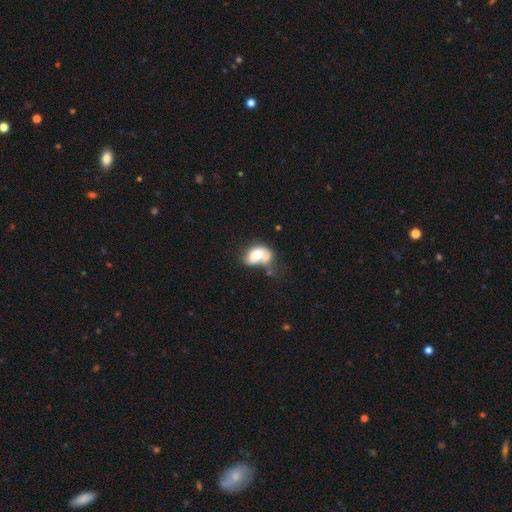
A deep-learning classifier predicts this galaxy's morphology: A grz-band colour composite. It shows a smooth galaxy with no disk features (67%) that is in between round and cigar-shaped (88%). Merging: merger (36%).